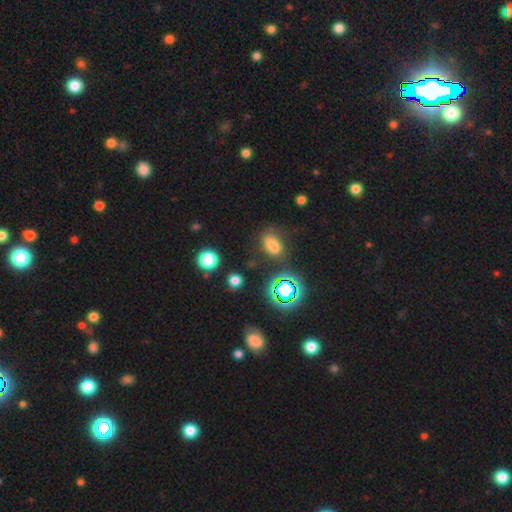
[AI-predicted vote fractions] Q: Smooth or featured?
A: star or artifact (57%); runner-up: smooth (35%)